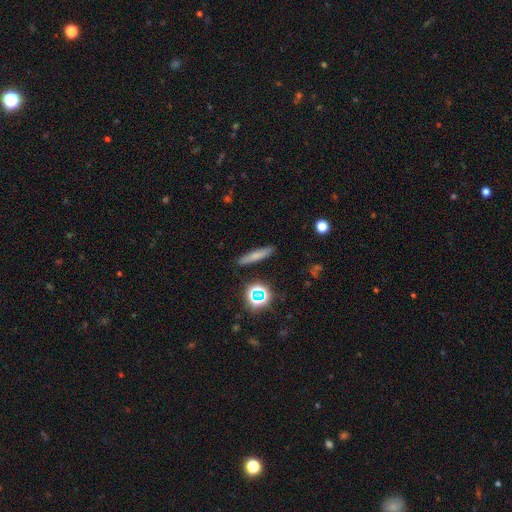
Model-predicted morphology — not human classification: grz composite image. It shows a smooth galaxy with no disk features (67%) that is cigar-shaped (84%). Merging: none (88%).